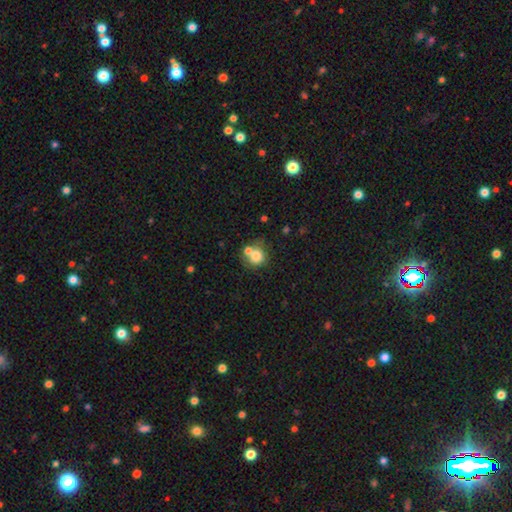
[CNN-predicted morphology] smooth-or-featured: smooth: 76% | featured or disk: 13% | star or artifact: 10%
  how-rounded: round: 83% | in between: 16% | cigar-shaped: 1%
  merging: none: 45% | merger: 39% | minor disturbance: 11% | major disturbance: 5%